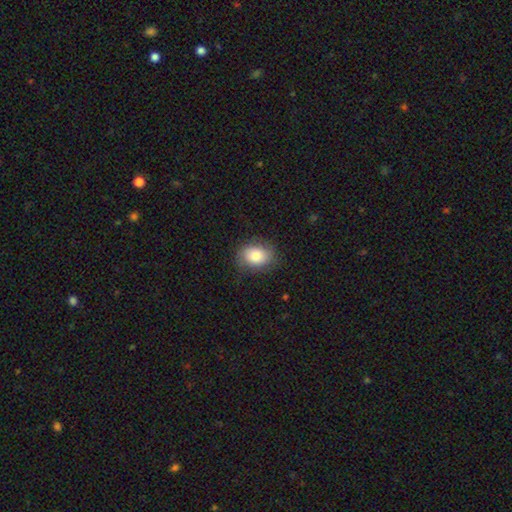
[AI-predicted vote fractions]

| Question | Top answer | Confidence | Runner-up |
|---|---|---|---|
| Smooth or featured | smooth | 81% | featured or disk (11%) |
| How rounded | in between | 61% | round (38%) |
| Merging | none | 79% | minor disturbance (16%) |